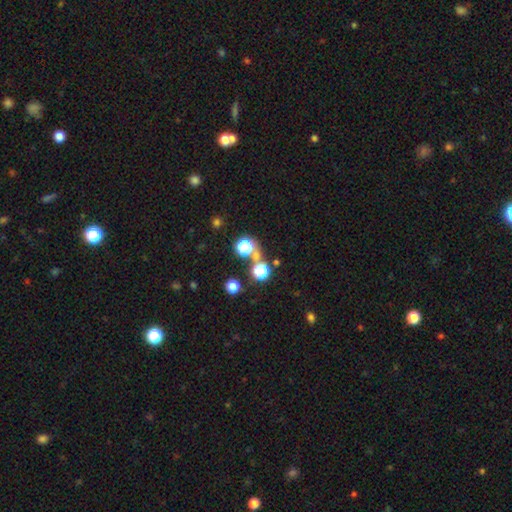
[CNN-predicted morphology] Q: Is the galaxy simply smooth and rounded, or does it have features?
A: smooth — 51%.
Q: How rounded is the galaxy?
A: round — 86%.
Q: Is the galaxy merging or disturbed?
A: none — 62%.